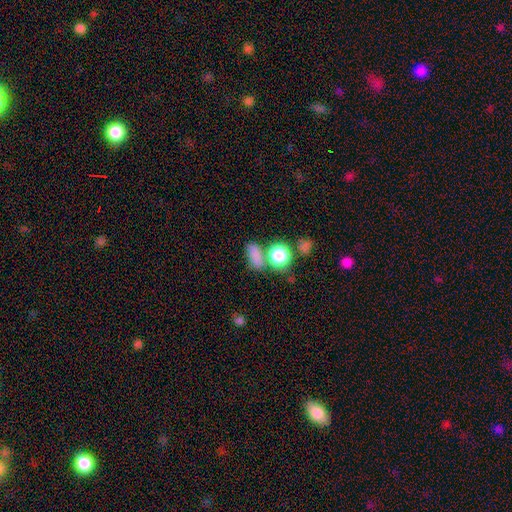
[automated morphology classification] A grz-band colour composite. It shows a smooth galaxy with no disk features (79%) that is in between round and cigar-shaped (58%). Merging: none (56%).